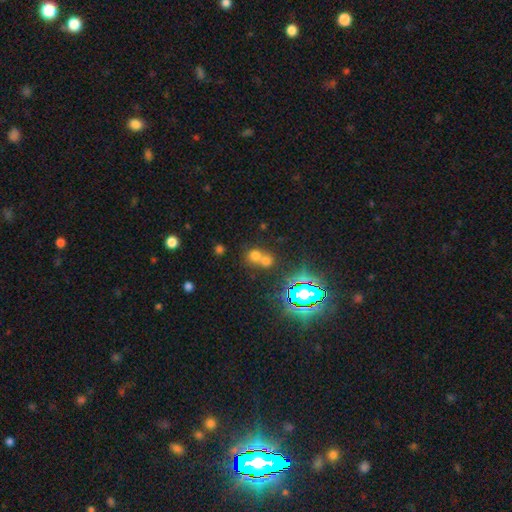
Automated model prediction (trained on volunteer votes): The model was most divided on "merging": merger: 62%, none: 30%, minor disturbance: 5%, major disturbance: 3%. More confident: how rounded — round (72%); smooth or featured — smooth (61%).